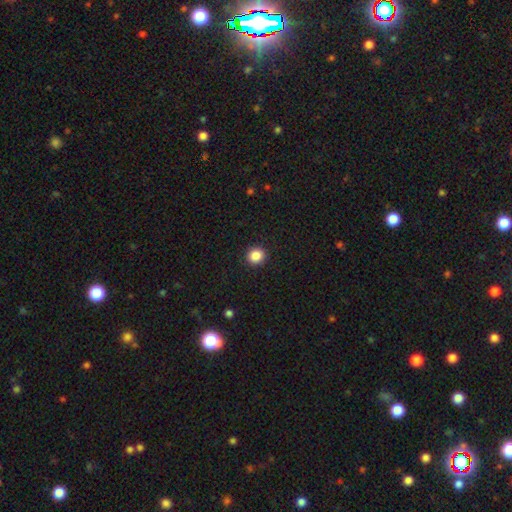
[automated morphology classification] The model was most divided on "smooth or featured": smooth: 86%, star or artifact: 10%, featured or disk: 4%. More confident: merging — none (93%); how rounded — round (88%).